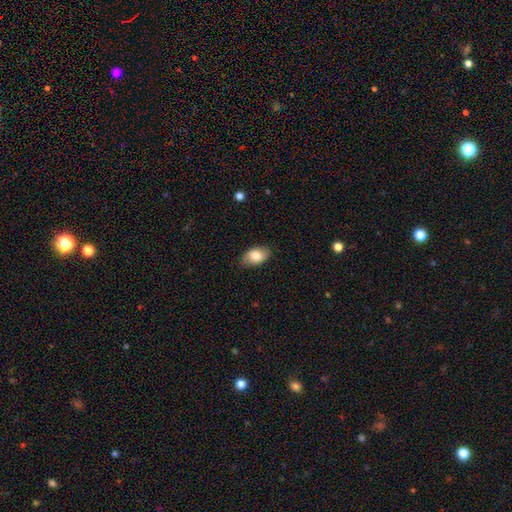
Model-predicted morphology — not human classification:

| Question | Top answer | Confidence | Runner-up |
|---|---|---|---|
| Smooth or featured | smooth | 81% | featured or disk (12%) |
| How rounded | in between | 90% | round (8%) |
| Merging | none | 82% | minor disturbance (14%) |